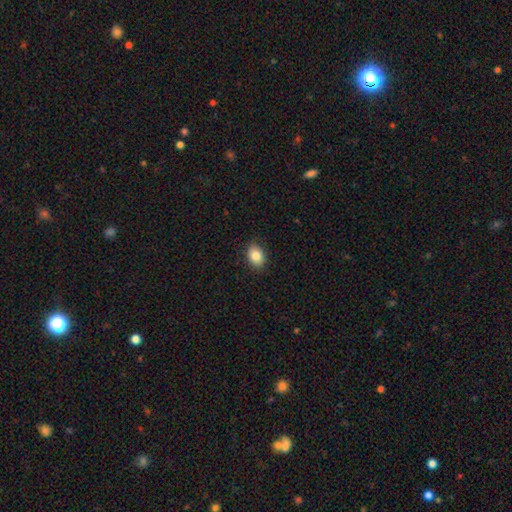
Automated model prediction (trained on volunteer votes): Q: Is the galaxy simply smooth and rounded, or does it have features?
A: smooth — 85%.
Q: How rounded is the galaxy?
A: in between — 72%.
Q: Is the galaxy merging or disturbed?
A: none — 88%.